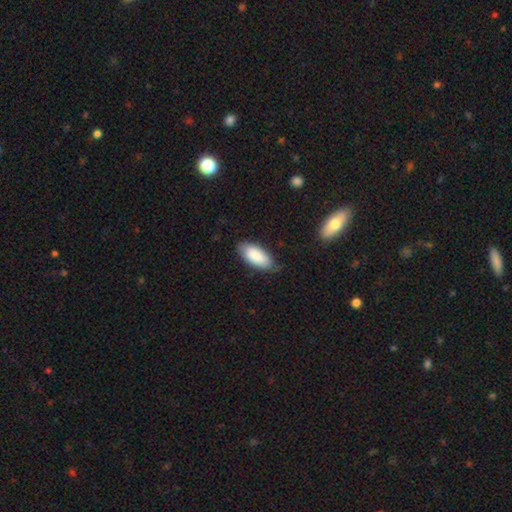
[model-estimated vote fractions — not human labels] smooth_or_featured: smooth (p=0.88) [alt: featured or disk p=0.06]
how_rounded: in between (p=0.89) [alt: cigar-shaped p=0.09]
merging: none (p=0.78) [alt: minor disturbance p=0.17]